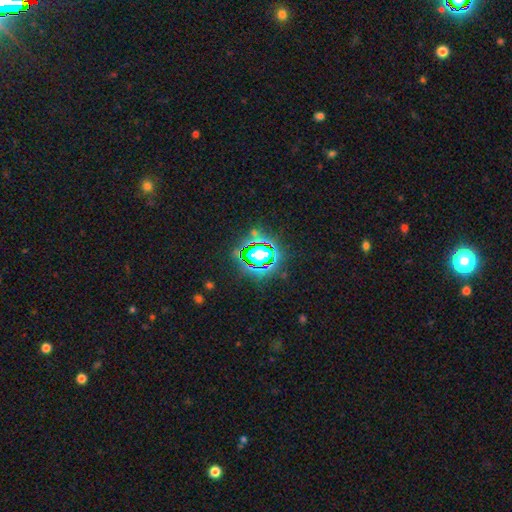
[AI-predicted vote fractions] Morphology: type=star or artifact (76%).